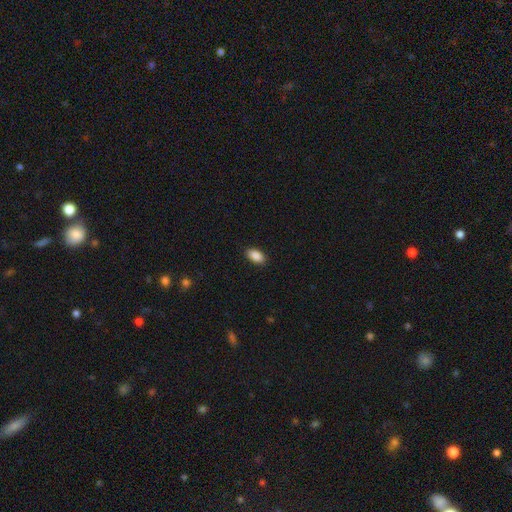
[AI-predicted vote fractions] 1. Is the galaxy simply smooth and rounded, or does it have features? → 89% smooth, 7% star or artifact, 3% featured or disk.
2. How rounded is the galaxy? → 93% in between, 4% round, 3% cigar-shaped.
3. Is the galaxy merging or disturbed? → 88% none, 9% minor disturbance, 2% major disturbance, 1% merger.